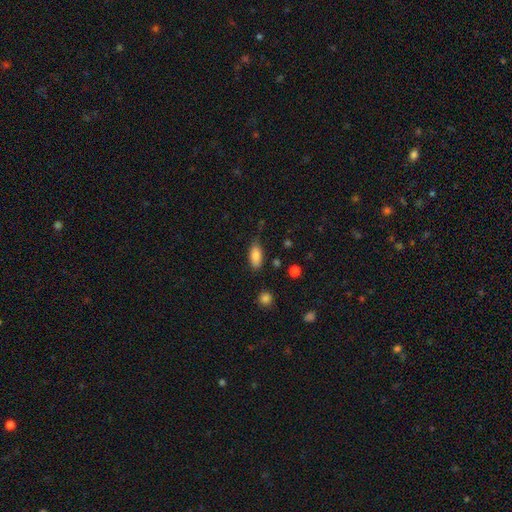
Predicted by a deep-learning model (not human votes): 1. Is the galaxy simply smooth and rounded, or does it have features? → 85% smooth, 8% star or artifact, 7% featured or disk.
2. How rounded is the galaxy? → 85% in between, 12% cigar-shaped, 3% round.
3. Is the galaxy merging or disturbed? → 72% none, 21% minor disturbance, 5% major disturbance, 2% merger.